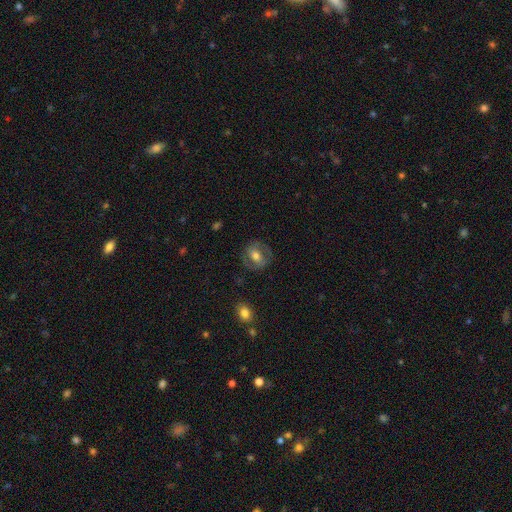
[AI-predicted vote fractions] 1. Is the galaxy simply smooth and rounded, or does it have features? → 47% smooth, 45% featured or disk, 8% star or artifact.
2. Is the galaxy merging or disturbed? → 76% none, 14% minor disturbance, 8% major disturbance, 1% merger.